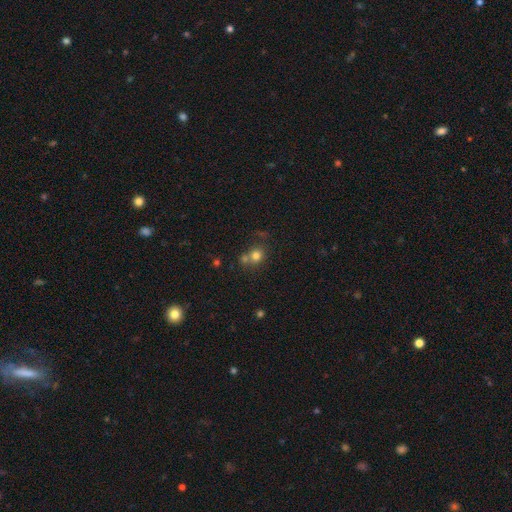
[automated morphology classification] smooth-or-featured: smooth: 75% | star or artifact: 14% | featured or disk: 10%
  how-rounded: round: 80% | in between: 19% | cigar-shaped: 1%
  merging: none: 49% | merger: 37% | minor disturbance: 9% | major disturbance: 4%